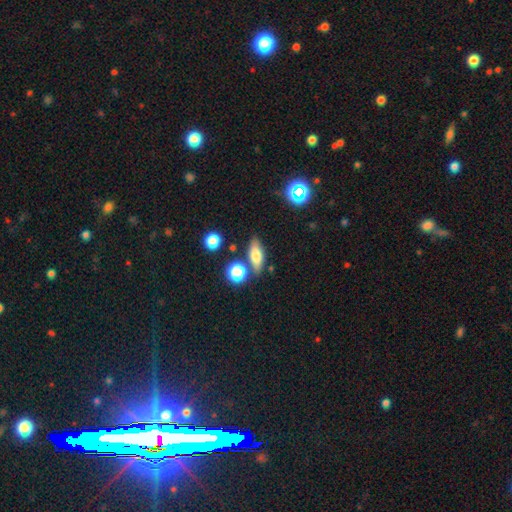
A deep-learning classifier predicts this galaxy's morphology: Smooth or featured?
  - smooth: 67% *
  - featured or disk: 22%
  - star or artifact: 11%
How rounded?
  - in between: 64% *
  - cigar-shaped: 27%
  - round: 9%
Merging?
  - none: 76% *
  - minor disturbance: 12%
  - merger: 8%
  - major disturbance: 4%